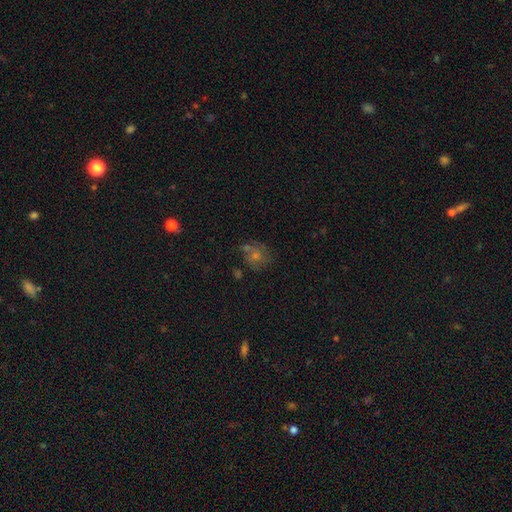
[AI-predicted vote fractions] smooth_or_featured: smooth (p=0.38) [alt: featured or disk p=0.36]
merging: none (p=0.61) [alt: minor disturbance p=0.17]